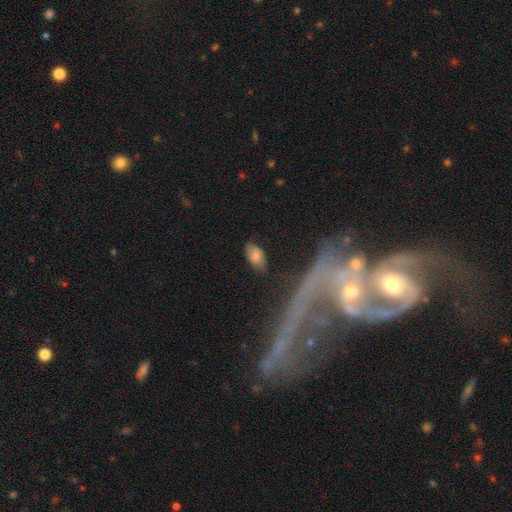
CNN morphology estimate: Smooth or featured? smooth (73%)
How rounded? in between (92%)
Merging? none (69%)